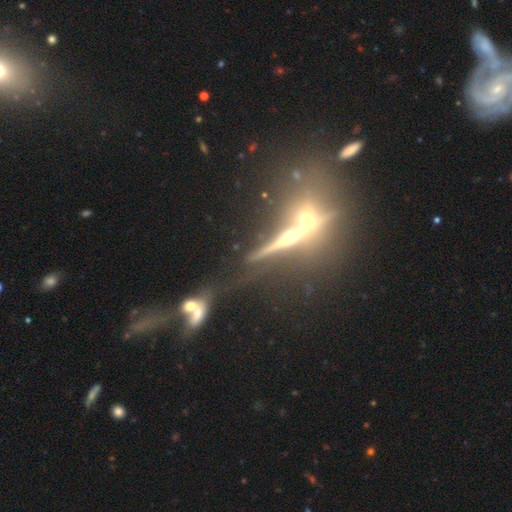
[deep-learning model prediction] This appears to be a featured or disk galaxy (66%) viewed edge-on (80%) with a rounded central bulge (79%). Merging: none (39%).